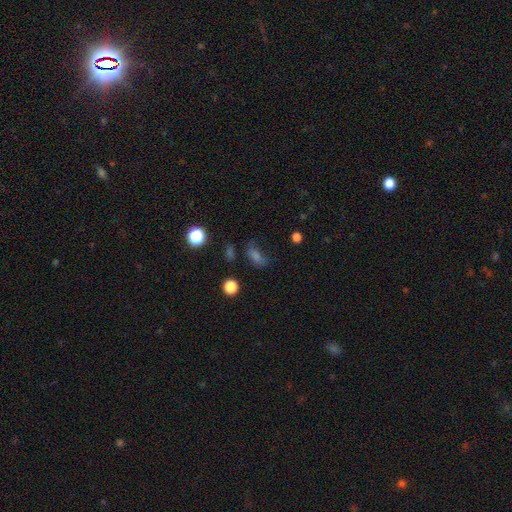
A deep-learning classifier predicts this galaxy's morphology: Overall: smooth (59%; star or artifact 26%). How rounded: in between (75%). Merging: none (50%; minor disturbance 26%).